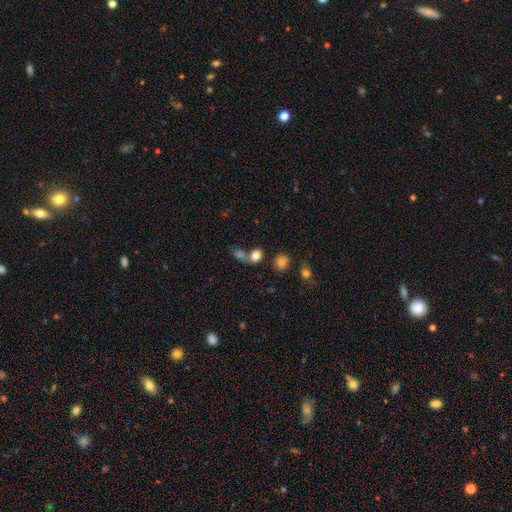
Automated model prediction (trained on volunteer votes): Smooth or featured: smooth — 80% (star or artifact — 12%)
How rounded: round — 51% (in between — 47%)
Merging: merger — 45% (none — 40%)